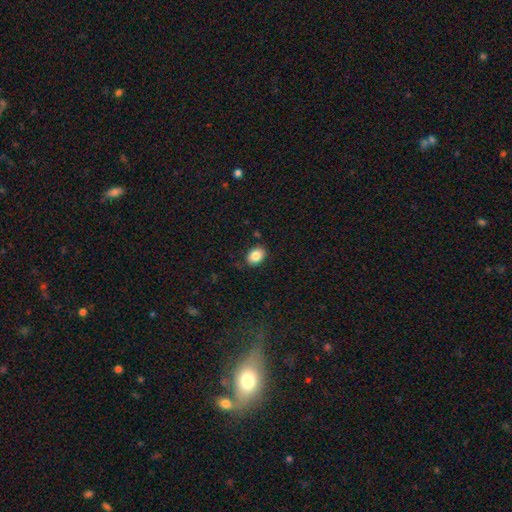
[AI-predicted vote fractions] A smooth galaxy with no disk features (85%) that is in between round and cigar-shaped (74%).

Vote fractions:
- Smooth or featured? smooth: 85% / star or artifact: 8% / featured or disk: 6%
- How rounded? in between: 74% / round: 25% / cigar-shaped: 1%
- Merging? none: 83% / minor disturbance: 12% / major disturbance: 3% / merger: 2%